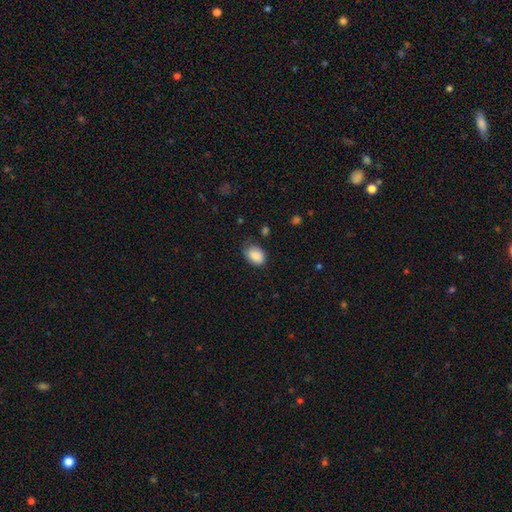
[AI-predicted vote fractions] smooth-or-featured: smooth: 88% | star or artifact: 7% | featured or disk: 5%
  how-rounded: in between: 77% | round: 22% | cigar-shaped: 1%
  merging: none: 65% | minor disturbance: 28% | major disturbance: 6% | merger: 2%